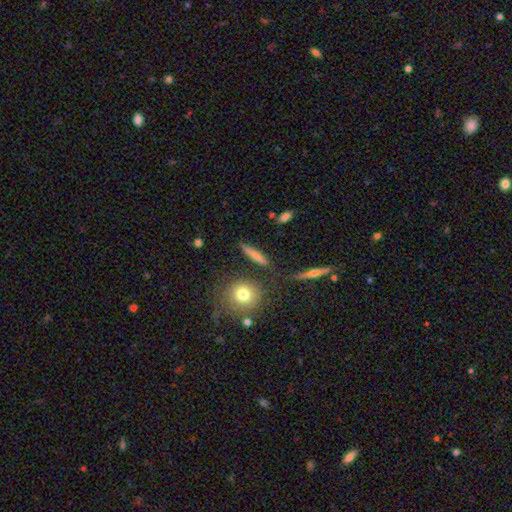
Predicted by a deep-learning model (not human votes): Smooth or featured: smooth — 67% (featured or disk — 23%)
How rounded: cigar-shaped — 78% (in between — 14%)
Merging: none — 83% (minor disturbance — 10%)